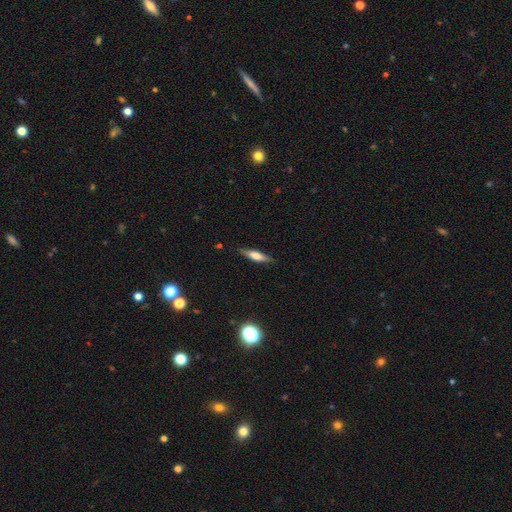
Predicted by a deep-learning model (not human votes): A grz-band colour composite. It shows a smooth galaxy with no disk features (55%) that is cigar-shaped (71%). Merging: none (85%).